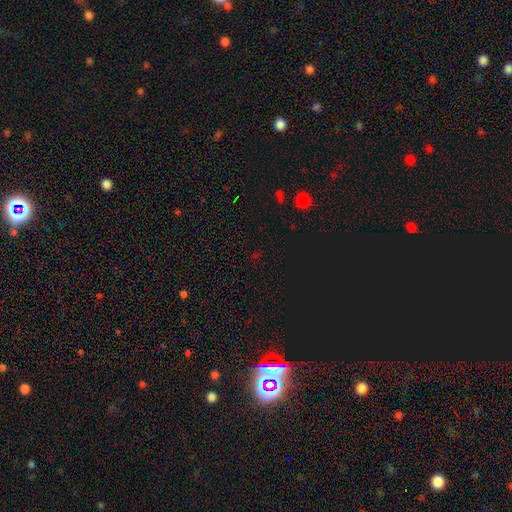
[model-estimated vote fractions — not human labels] smooth-or-featured: star or artifact: 71% | smooth: 22% | featured or disk: 7%